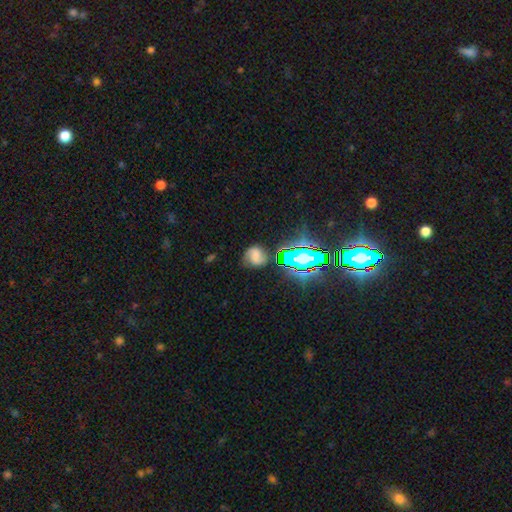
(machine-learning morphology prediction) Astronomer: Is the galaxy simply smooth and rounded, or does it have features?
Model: smooth — 43% (runner-up: featured or disk, 38%).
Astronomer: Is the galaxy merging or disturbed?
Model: none — 60%.